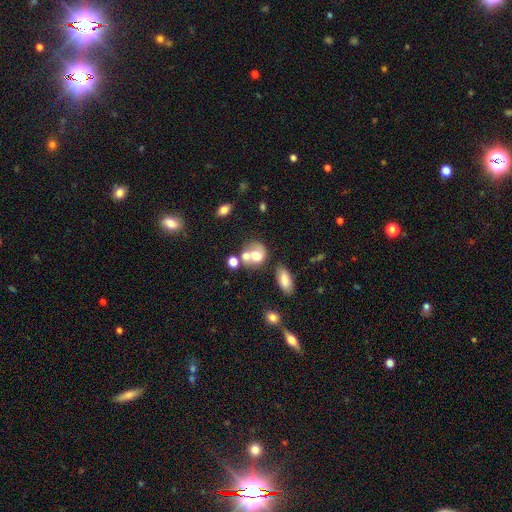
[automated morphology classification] smooth-or-featured: smooth: 61% | featured or disk: 29% | star or artifact: 11%
  how-rounded: round: 58% | in between: 41% | cigar-shaped: 1%
  merging: merger: 51% | none: 28% | minor disturbance: 12% | major disturbance: 8%